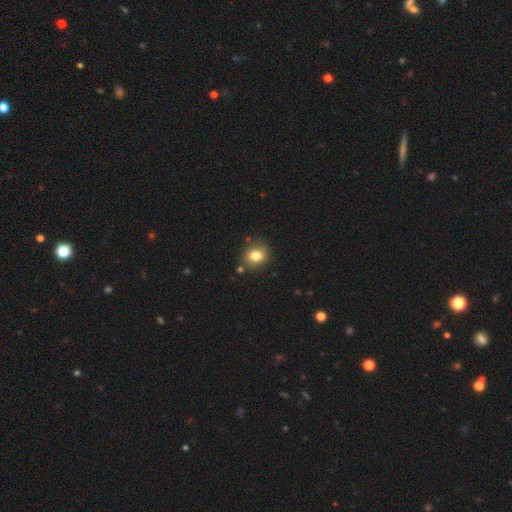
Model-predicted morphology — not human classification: Smooth or featured: smooth — 81% (star or artifact — 11%)
How rounded: round — 74% (in between — 26%)
Merging: none — 84% (minor disturbance — 10%)